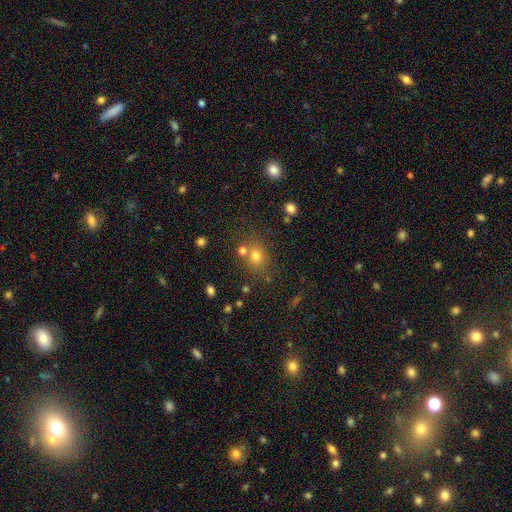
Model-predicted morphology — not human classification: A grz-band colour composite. It shows a smooth galaxy with no disk features (70%) that is round (64%). Merging: none (66%).